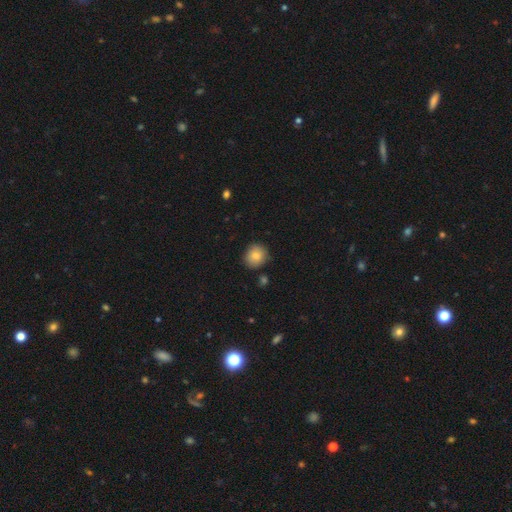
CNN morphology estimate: Q: Smooth or featured?
A: smooth (82%); runner-up: star or artifact (9%)
Q: How rounded?
A: round (86%); runner-up: in between (13%)
Q: Merging?
A: none (82%); runner-up: minor disturbance (13%)